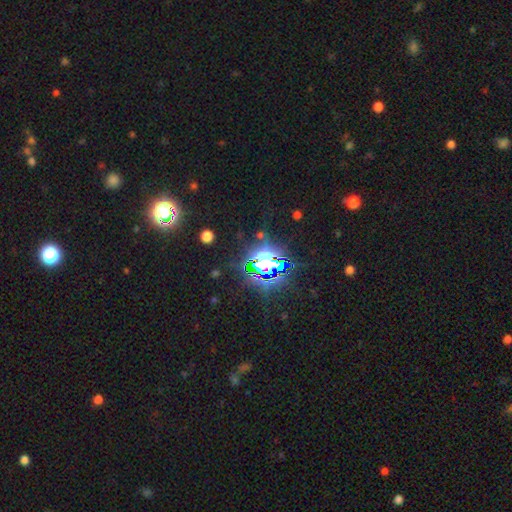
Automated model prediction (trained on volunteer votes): This appears to be a star or artifact, not a galaxy (78%).